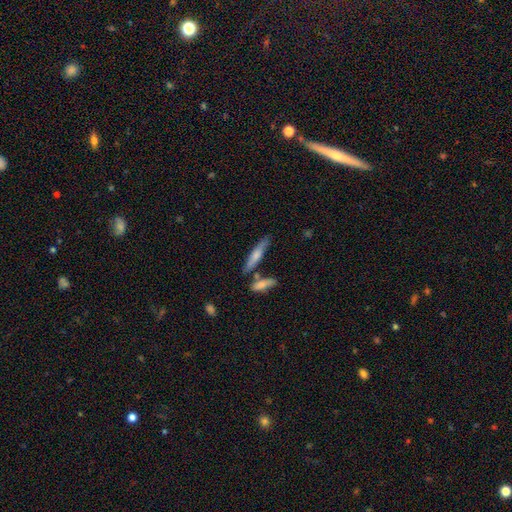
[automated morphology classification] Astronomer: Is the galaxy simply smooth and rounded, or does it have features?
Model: smooth — 61%.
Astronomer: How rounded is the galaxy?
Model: cigar-shaped — 81%.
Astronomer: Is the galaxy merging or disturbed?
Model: none — 71%.